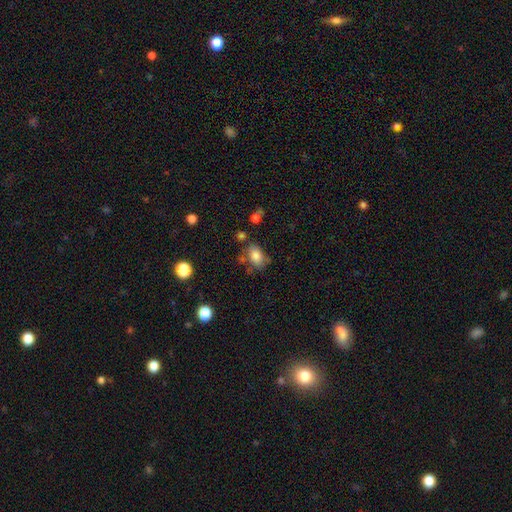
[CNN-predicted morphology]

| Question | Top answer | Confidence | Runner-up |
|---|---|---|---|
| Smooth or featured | smooth | 82% | star or artifact (9%) |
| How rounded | in between | 83% | round (15%) |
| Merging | none | 62% | minor disturbance (21%) |